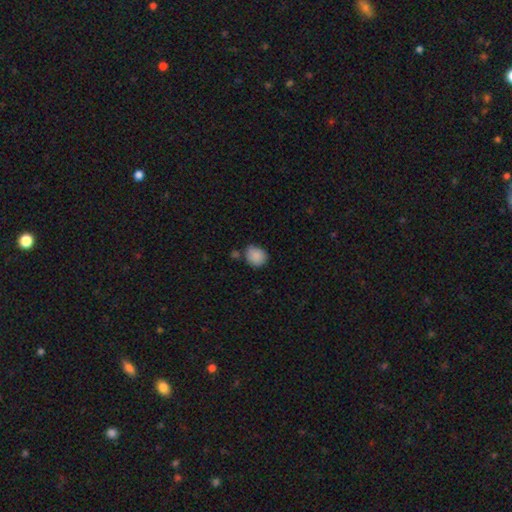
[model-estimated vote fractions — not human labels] Q: Smooth or featured?
A: smooth (88%); runner-up: star or artifact (8%)
Q: How rounded?
A: round (69%); runner-up: in between (30%)
Q: Merging?
A: none (66%); runner-up: minor disturbance (20%)